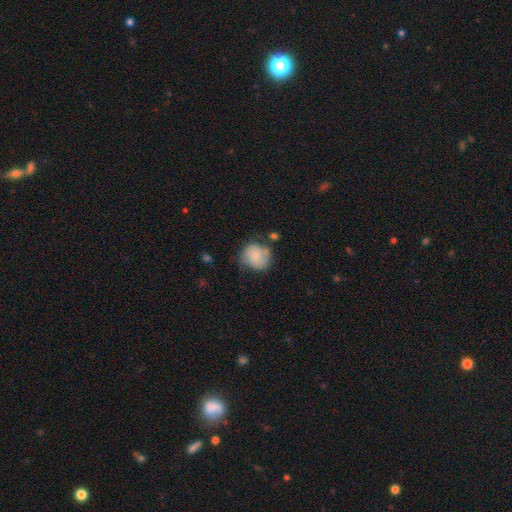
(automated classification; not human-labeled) Smooth or featured: smooth — 73% (featured or disk — 19%)
How rounded: round — 78% (in between — 21%)
Merging: none — 54% (minor disturbance — 30%)